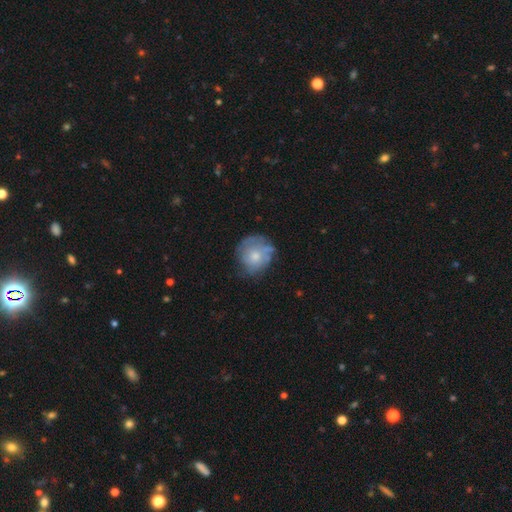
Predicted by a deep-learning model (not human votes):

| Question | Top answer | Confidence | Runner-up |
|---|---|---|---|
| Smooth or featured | smooth | 53% | featured or disk (38%) |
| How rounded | round | 82% | in between (17%) |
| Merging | none | 56% | minor disturbance (28%) |